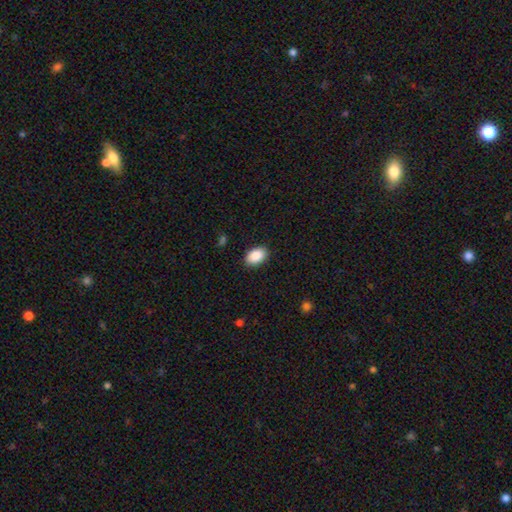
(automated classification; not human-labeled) A smooth galaxy with no disk features (89%) that is in between round and cigar-shaped (89%).

Vote fractions:
- Smooth or featured? smooth: 89% / star or artifact: 7% / featured or disk: 4%
- How rounded? in between: 89% / round: 10% / cigar-shaped: 1%
- Merging? none: 88% / minor disturbance: 9% / major disturbance: 2% / merger: 1%